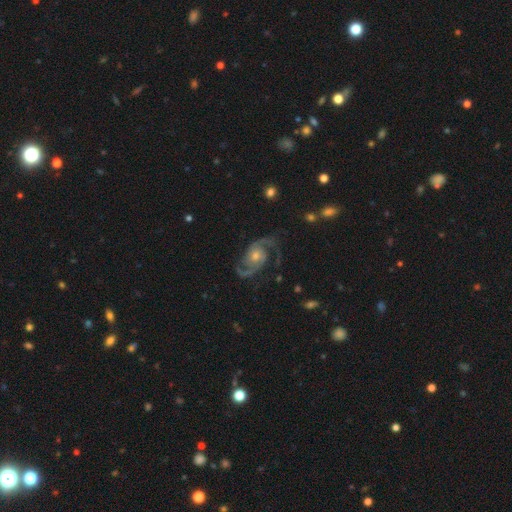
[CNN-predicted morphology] A featured or disk galaxy (92%) with no bar (71%), 2 (90%) medium (56%) spiral arms (98%) and a moderate central bulge (58%). Merging: none (77%).